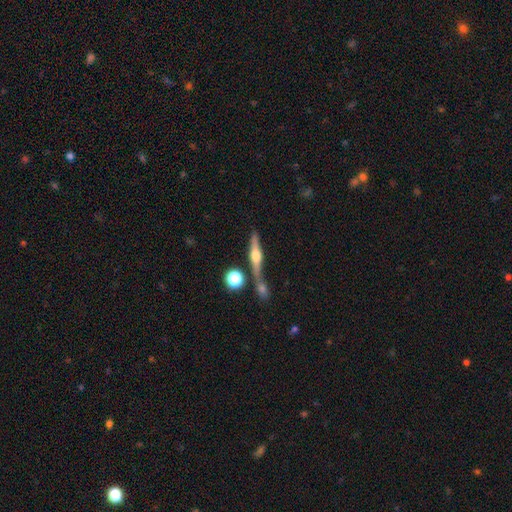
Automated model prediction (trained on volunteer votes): Morphology: type=featured or disk (68%); edge-on=yes (95%); edge-on bulge=rounded (94%); merging=none (67%).